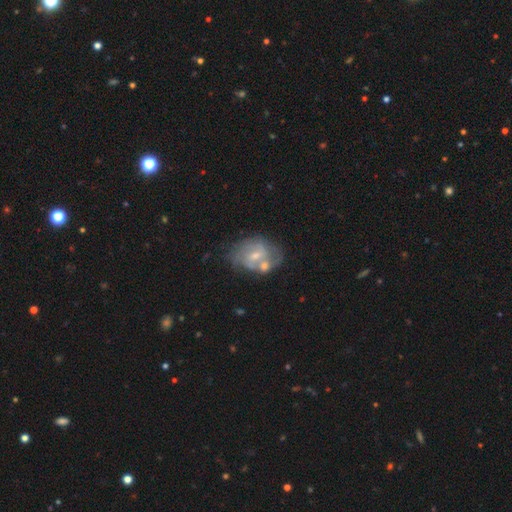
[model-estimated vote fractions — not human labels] This is likely a featured or disk galaxy (66%). It is clearly not viewed edge-on (97%). Bar: possibly weak (49%). Spiral arm pattern: likely yes (66%). Central bulge: possibly small (52%). Merging: marginally none (38%).